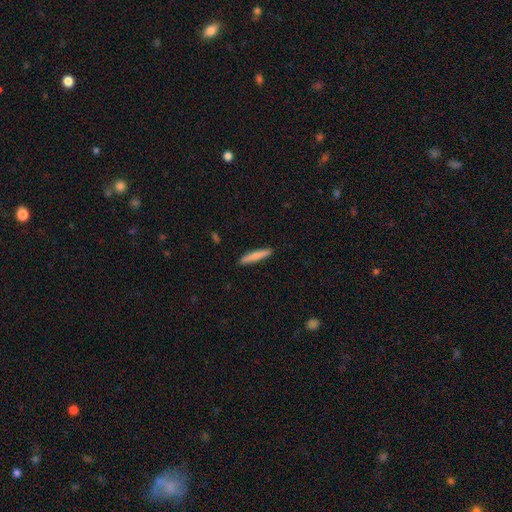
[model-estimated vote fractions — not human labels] Smooth or featured? Predicted: smooth (p=0.79). How rounded? Predicted: cigar-shaped (p=0.93). Merging? Predicted: none (p=0.91).